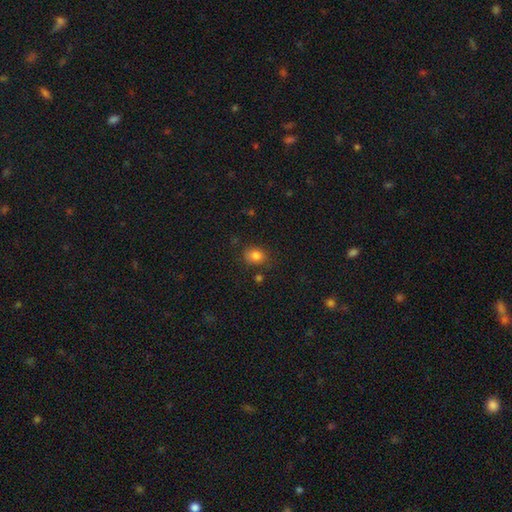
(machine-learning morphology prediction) Smooth or featured? smooth (82%)
How rounded? round (52%)
Merging? none (75%)